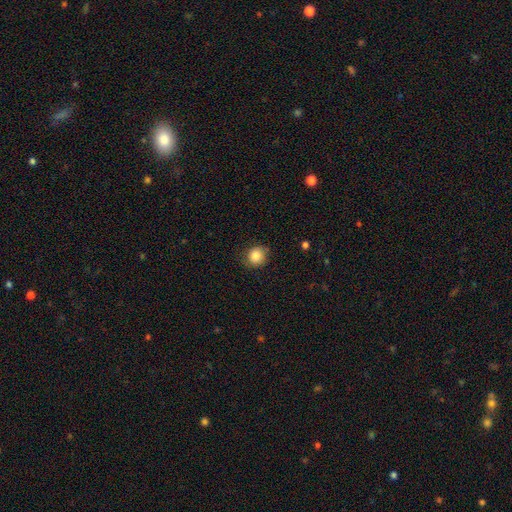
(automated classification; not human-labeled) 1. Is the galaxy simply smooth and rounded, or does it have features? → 85% smooth, 9% star or artifact, 6% featured or disk.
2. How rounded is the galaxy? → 85% round, 14% in between, 1% cigar-shaped.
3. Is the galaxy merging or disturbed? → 79% none, 16% minor disturbance, 4% major disturbance, 1% merger.